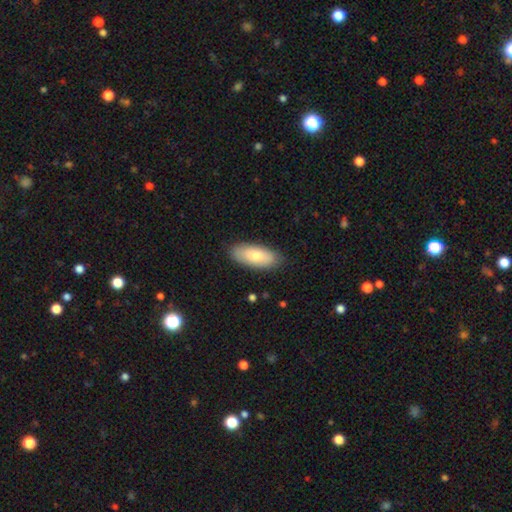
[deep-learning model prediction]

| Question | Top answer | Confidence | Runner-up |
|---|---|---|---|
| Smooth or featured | smooth | 76% | featured or disk (18%) |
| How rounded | in between | 88% | cigar-shaped (10%) |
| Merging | none | 85% | minor disturbance (11%) |